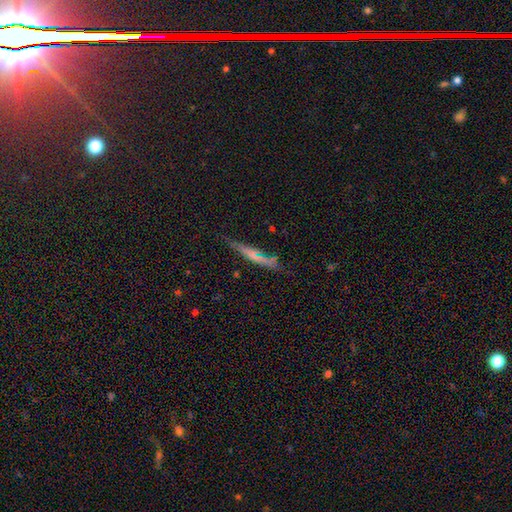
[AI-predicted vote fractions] Smooth or featured? smooth (45%)
Merging? none (79%)